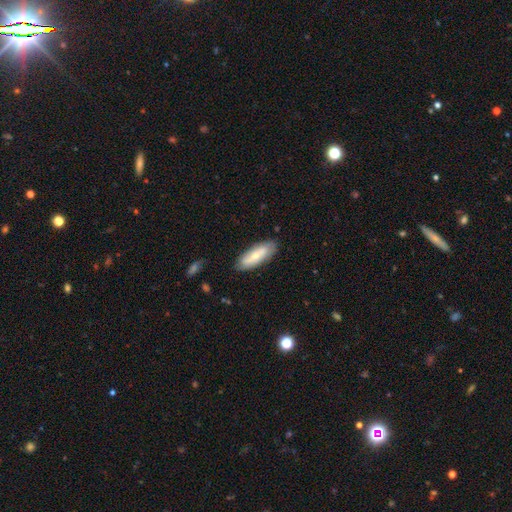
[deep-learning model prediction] The model was most divided on "smooth or featured": smooth: 58%, featured or disk: 36%, star or artifact: 6%. More confident: merging — none (82%); how rounded — in between (64%).